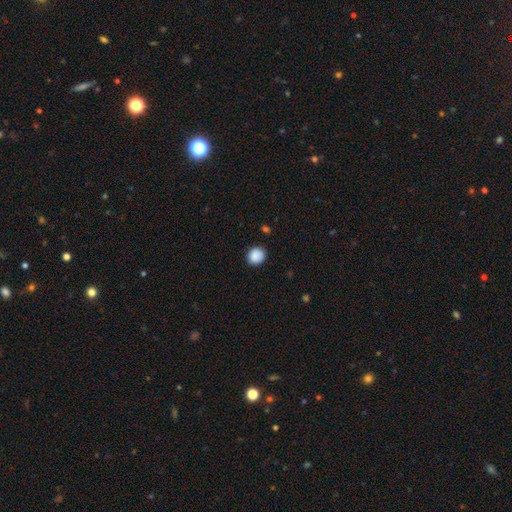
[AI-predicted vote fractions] Smooth or featured? Predicted: smooth (p=0.88). How rounded? Predicted: round (p=0.84). Merging? Predicted: none (p=0.86).